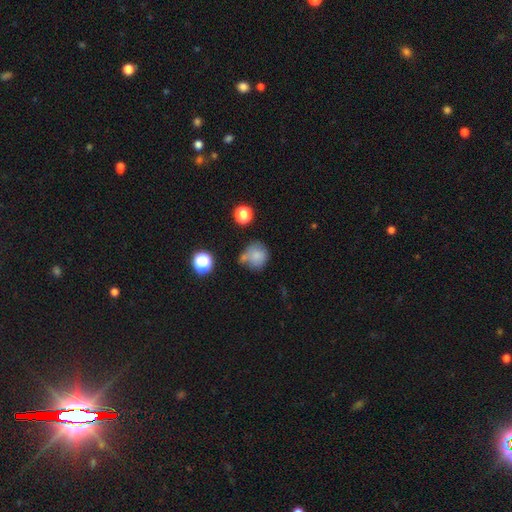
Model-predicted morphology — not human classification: smooth 77%, star or artifact 12%, featured or disk 11%. Down the decision tree: how rounded — round (83%); merging — none (48%).